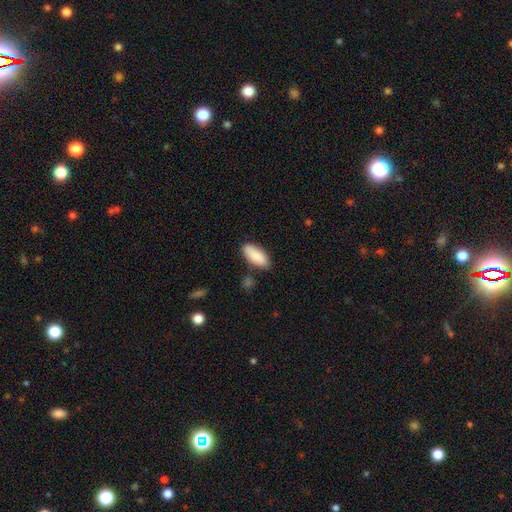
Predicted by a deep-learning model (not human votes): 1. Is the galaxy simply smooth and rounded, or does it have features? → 89% smooth, 6% star or artifact, 5% featured or disk.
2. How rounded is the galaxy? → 83% in between, 15% cigar-shaped, 2% round.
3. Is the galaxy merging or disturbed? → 80% none, 13% minor disturbance, 4% merger, 3% major disturbance.